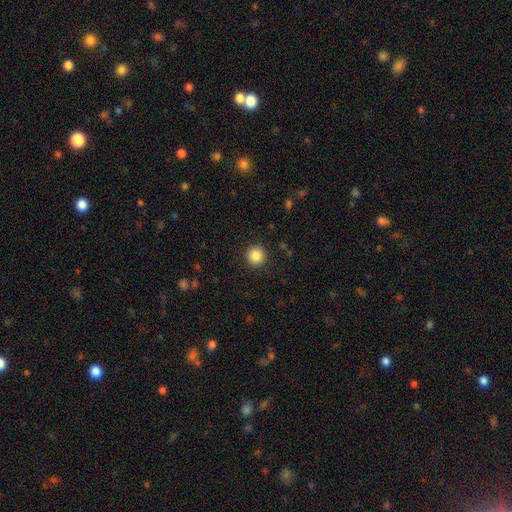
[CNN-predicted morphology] smooth_or_featured: smooth (p=0.86) [alt: star or artifact p=0.10]
how_rounded: round (p=0.95) [alt: in between p=0.04]
merging: none (p=0.91) [alt: minor disturbance p=0.05]